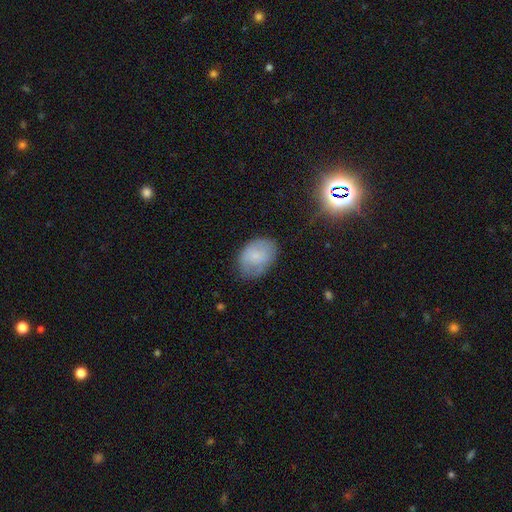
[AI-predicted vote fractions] Smooth or featured? smooth (71%)
How rounded? in between (78%)
Merging? none (67%)